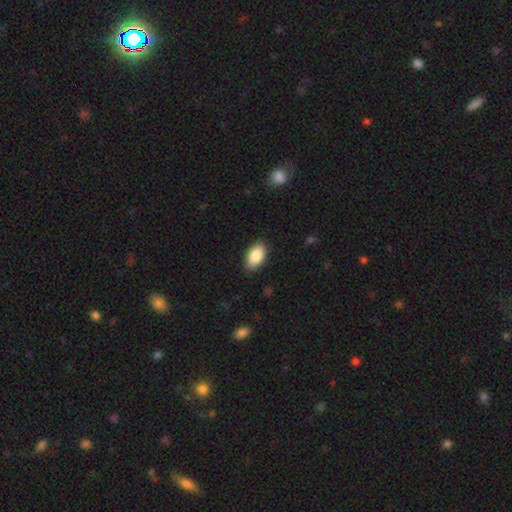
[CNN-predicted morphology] smooth-or-featured: smooth: 88% | star or artifact: 6% | featured or disk: 6%
  how-rounded: in between: 94% | round: 4% | cigar-shaped: 2%
  merging: none: 87% | minor disturbance: 10% | major disturbance: 2% | merger: 1%